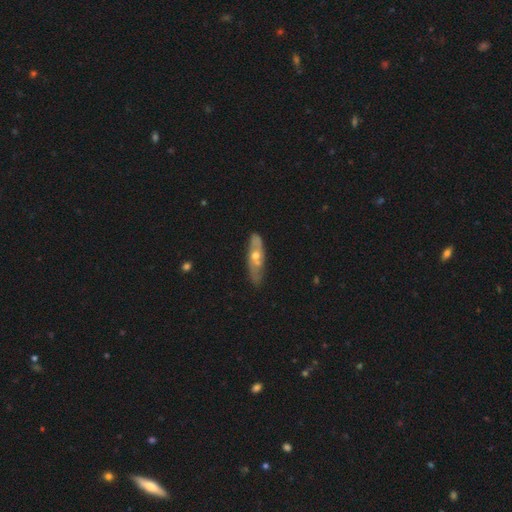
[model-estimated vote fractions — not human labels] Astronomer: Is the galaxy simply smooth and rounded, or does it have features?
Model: featured or disk — 60%.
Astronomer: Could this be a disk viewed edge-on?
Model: no — 61% (runner-up: yes, 39%).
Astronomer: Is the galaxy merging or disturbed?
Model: none — 68%.